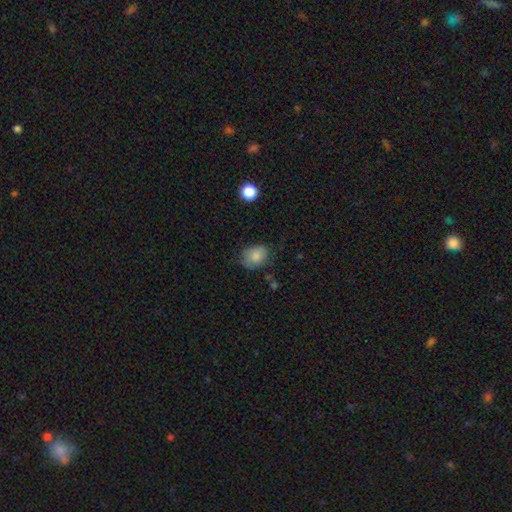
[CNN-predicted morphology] Smooth or featured: smooth — 84% (star or artifact — 9%)
How rounded: in between — 62% (round — 37%)
Merging: none — 64% (minor disturbance — 26%)